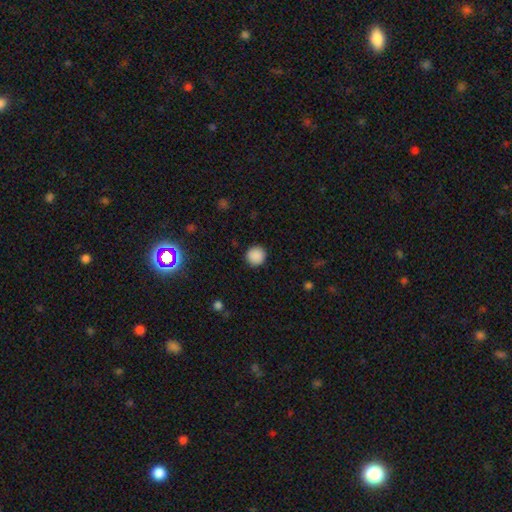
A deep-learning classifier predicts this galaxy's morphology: Q: Smooth or featured?
A: smooth (89%); runner-up: star or artifact (9%)
Q: How rounded?
A: round (94%); runner-up: in between (5%)
Q: Merging?
A: none (91%); runner-up: minor disturbance (6%)